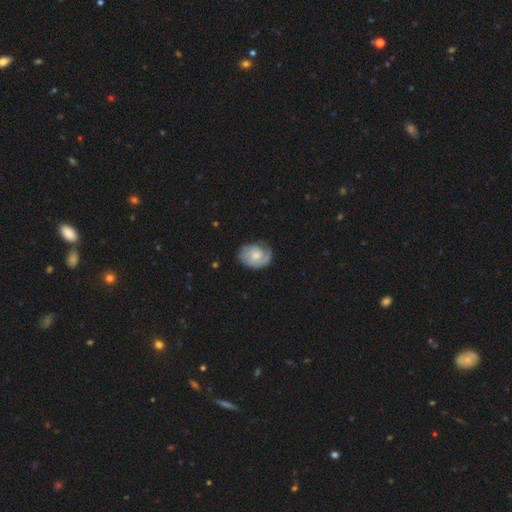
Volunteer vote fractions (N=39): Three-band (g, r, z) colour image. It shows a featured or disk galaxy (79%) with no bar (60%), 2 (45%) tight (55%) spiral arms (97%) and a small central bulge (50%). Merging: none (62%).